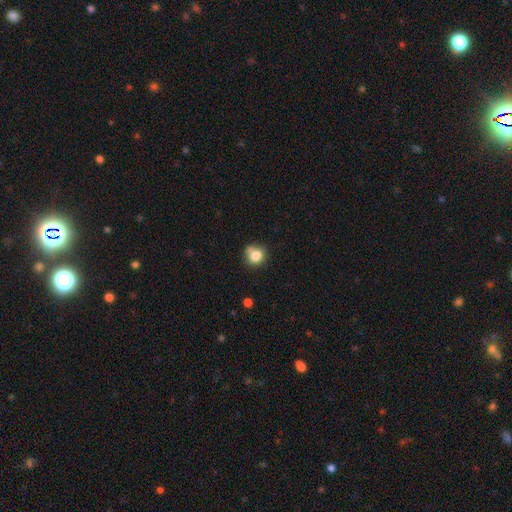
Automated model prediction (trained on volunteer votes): Smooth or featured? smooth (79%)
How rounded? round (77%)
Merging? none (55%)